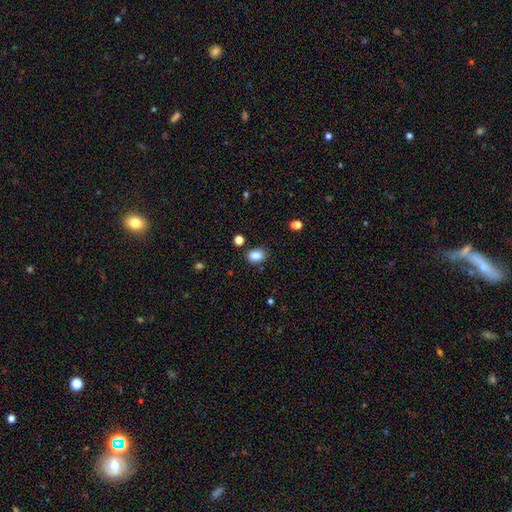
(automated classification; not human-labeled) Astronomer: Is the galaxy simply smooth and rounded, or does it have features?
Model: smooth — 86%.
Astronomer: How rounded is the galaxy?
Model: in between — 67%.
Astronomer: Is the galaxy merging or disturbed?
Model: none — 82%.